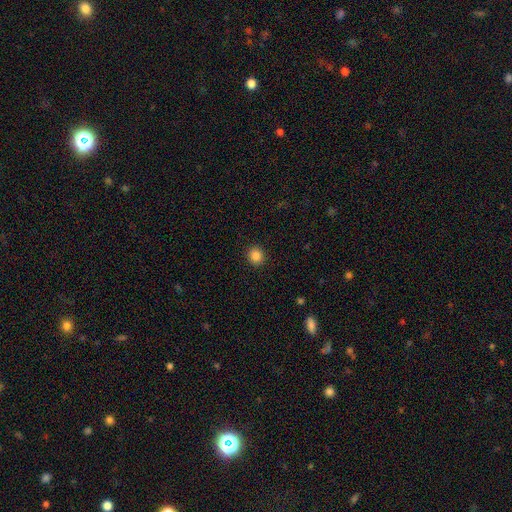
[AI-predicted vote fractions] Overall: smooth (85%). How rounded: round (85%). Merging: none (92%).